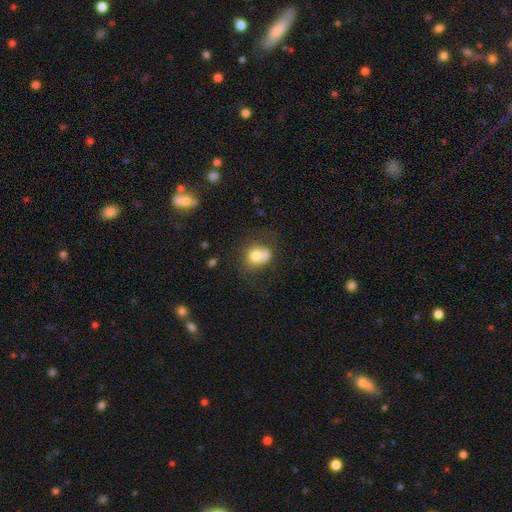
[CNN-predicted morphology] Q: Smooth or featured?
A: smooth (69%); runner-up: featured or disk (20%)
Q: How rounded?
A: round (63%); runner-up: in between (37%)
Q: Merging?
A: merger (42%); runner-up: none (32%)